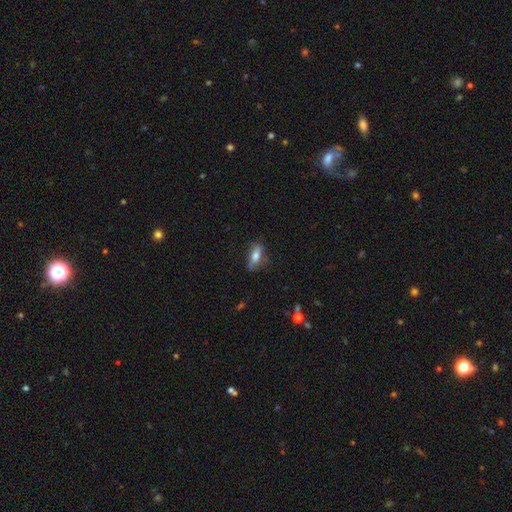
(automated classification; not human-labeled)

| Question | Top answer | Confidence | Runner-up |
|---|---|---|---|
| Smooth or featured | smooth | 71% | featured or disk (21%) |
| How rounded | in between | 76% | cigar-shaped (20%) |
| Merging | none | 65% | minor disturbance (25%) |